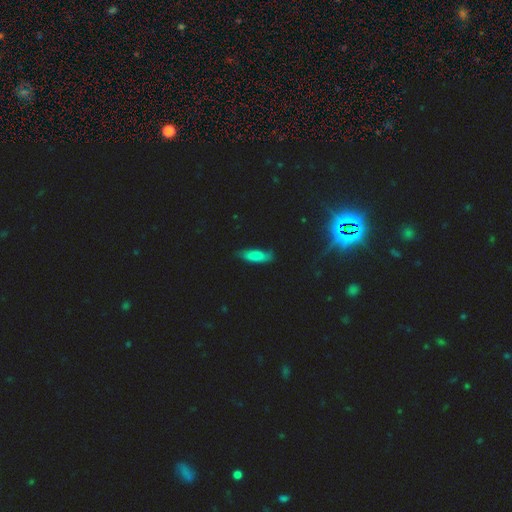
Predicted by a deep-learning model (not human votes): This is likely a smooth galaxy (74%). How rounded: possibly in between (54%). Merging: likely none (70%).